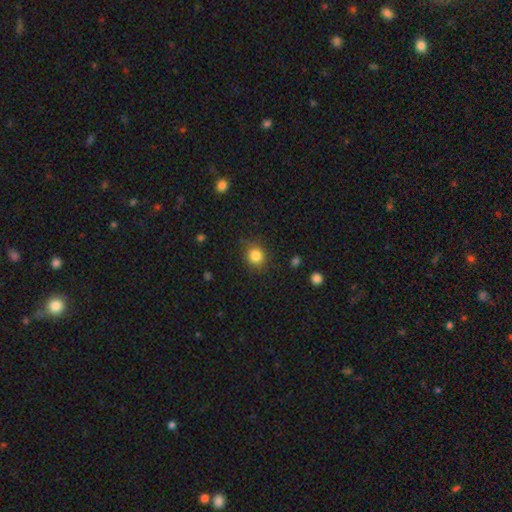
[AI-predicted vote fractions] This is clearly a smooth galaxy (84%). How rounded: clearly round (80%). Merging: clearly none (85%).